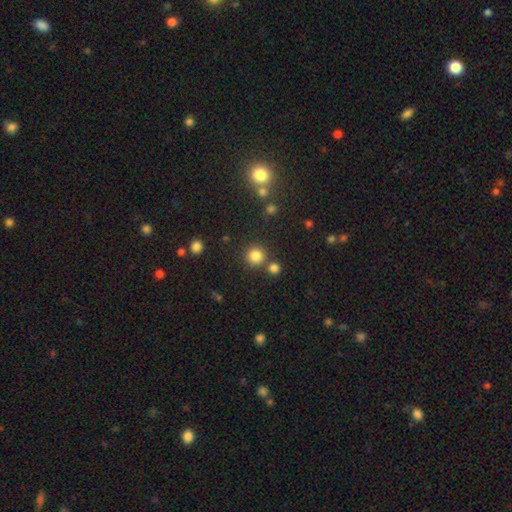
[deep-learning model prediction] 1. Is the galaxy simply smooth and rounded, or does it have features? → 81% smooth, 14% star or artifact, 5% featured or disk.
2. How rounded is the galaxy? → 92% round, 7% in between, 1% cigar-shaped.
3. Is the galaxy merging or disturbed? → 78% none, 12% merger, 7% minor disturbance, 3% major disturbance.